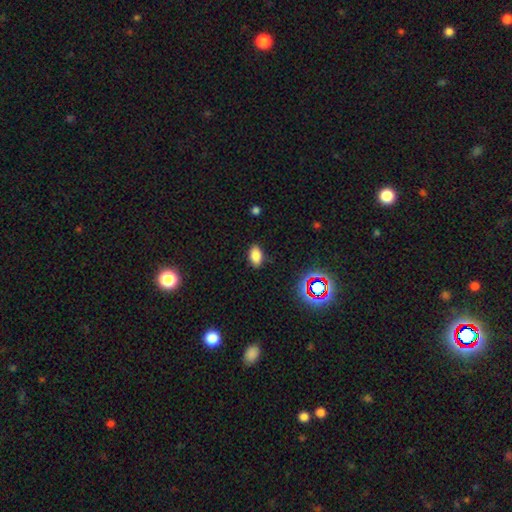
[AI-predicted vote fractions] Smooth or featured? smooth (81%)
How rounded? in between (91%)
Merging? none (85%)